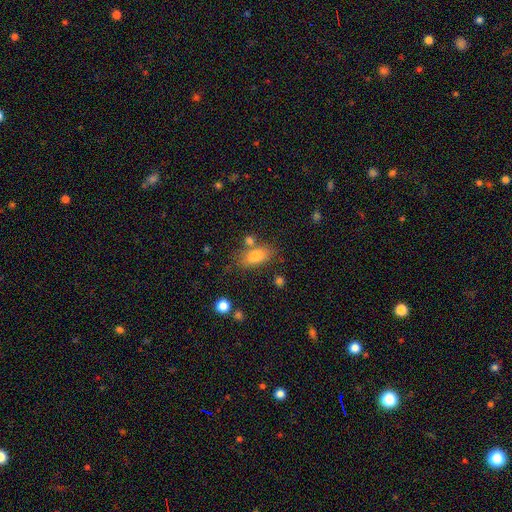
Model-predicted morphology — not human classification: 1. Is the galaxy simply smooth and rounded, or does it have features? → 79% smooth, 12% featured or disk, 9% star or artifact.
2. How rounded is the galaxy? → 85% in between, 9% cigar-shaped, 6% round.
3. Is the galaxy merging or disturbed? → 68% none, 15% minor disturbance, 12% merger, 5% major disturbance.